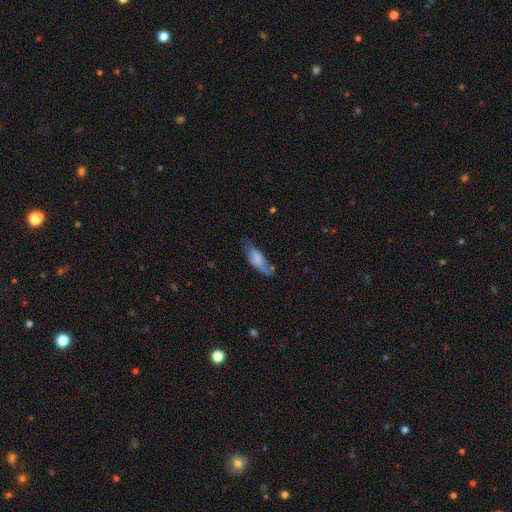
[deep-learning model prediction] This is possibly a smooth galaxy (50%). How rounded: possibly in between (55%). Merging: possibly none (59%).